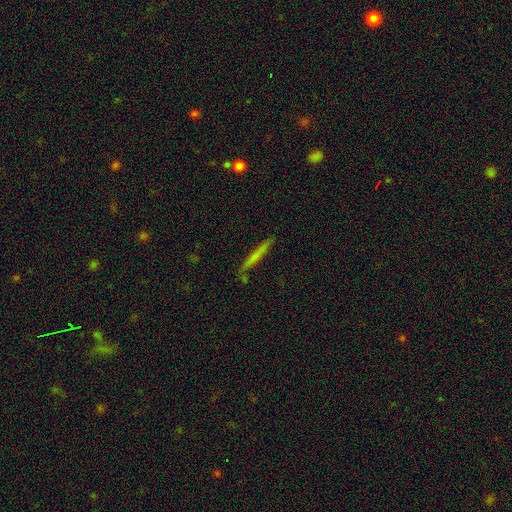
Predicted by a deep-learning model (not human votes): This is likely a smooth galaxy (60%). How rounded: clearly cigar-shaped (95%). Merging: clearly none (84%).